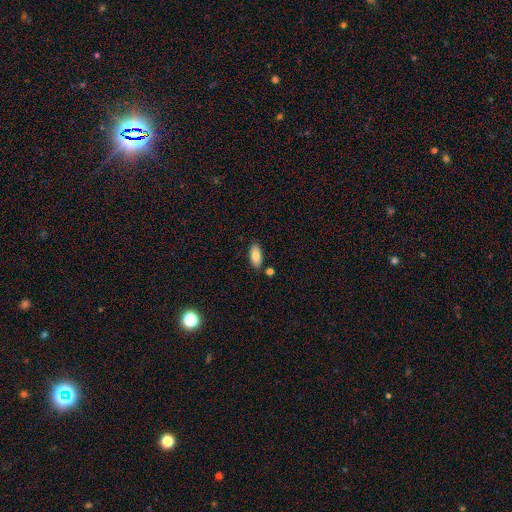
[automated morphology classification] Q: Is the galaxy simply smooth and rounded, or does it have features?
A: smooth — 85%.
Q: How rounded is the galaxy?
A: in between — 89%.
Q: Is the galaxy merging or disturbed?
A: none — 83%.